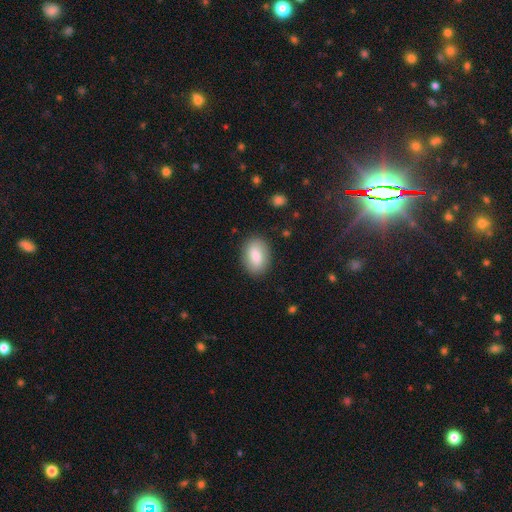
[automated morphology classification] smooth-or-featured: smooth: 81% | featured or disk: 12% | star or artifact: 7%
  how-rounded: in between: 83% | round: 15% | cigar-shaped: 1%
  merging: none: 85% | minor disturbance: 11% | major disturbance: 3% | merger: 1%